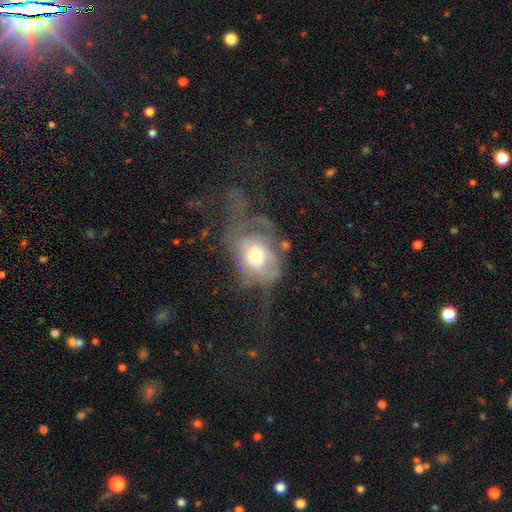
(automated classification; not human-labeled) Q: Smooth or featured?
A: featured or disk (54%); runner-up: smooth (38%)
Q: Edge-on disk?
A: no (95%); runner-up: yes (5%)
Q: Bar?
A: no (82%); runner-up: weak (15%)
Q: Spiral arms?
A: no (51%); runner-up: yes (49%)
Q: Bulge size?
A: moderate (63%); runner-up: small (18%)
Q: Merging?
A: major disturbance (61%); runner-up: none (19%)